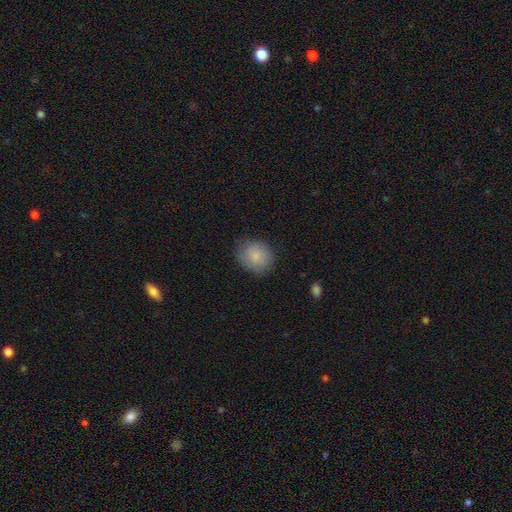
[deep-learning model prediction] Q: Smooth or featured?
A: smooth (85%); runner-up: featured or disk (8%)
Q: How rounded?
A: round (64%); runner-up: in between (35%)
Q: Merging?
A: none (80%); runner-up: minor disturbance (15%)